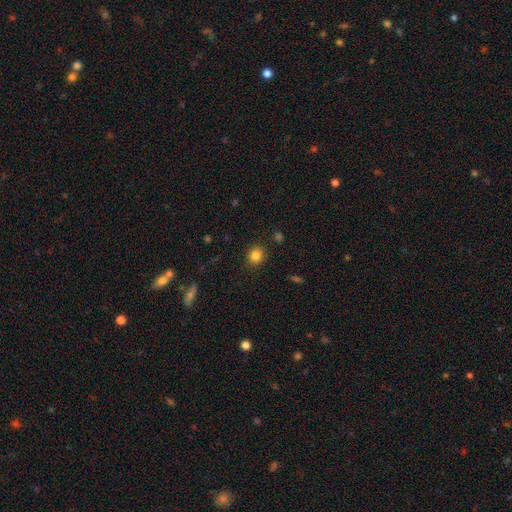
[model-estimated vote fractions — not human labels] A smooth galaxy with no disk features (84%) that is round (83%). Merging: none (90%).